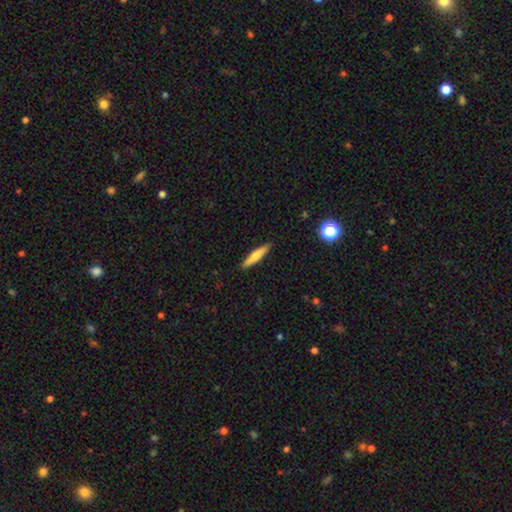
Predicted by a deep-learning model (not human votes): Smooth or featured? Predicted: smooth (p=0.62). How rounded? Predicted: cigar-shaped (p=0.87). Merging? Predicted: none (p=0.89).